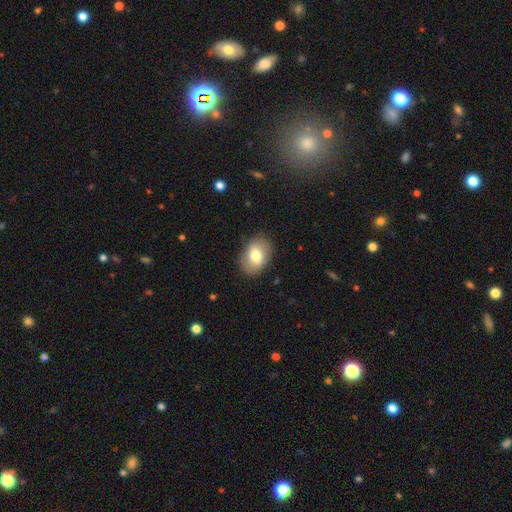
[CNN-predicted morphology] Smooth or featured?
  - smooth: 73% *
  - featured or disk: 20%
  - star or artifact: 7%
How rounded?
  - in between: 78% *
  - round: 21%
  - cigar-shaped: 1%
Merging?
  - none: 86% *
  - minor disturbance: 10%
  - major disturbance: 3%
  - merger: 1%